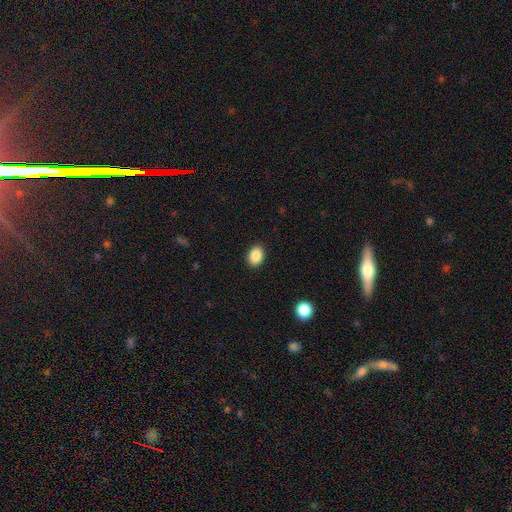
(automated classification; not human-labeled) Overall: smooth (88%). How rounded: in between (68%; round 31%). Merging: none (90%).